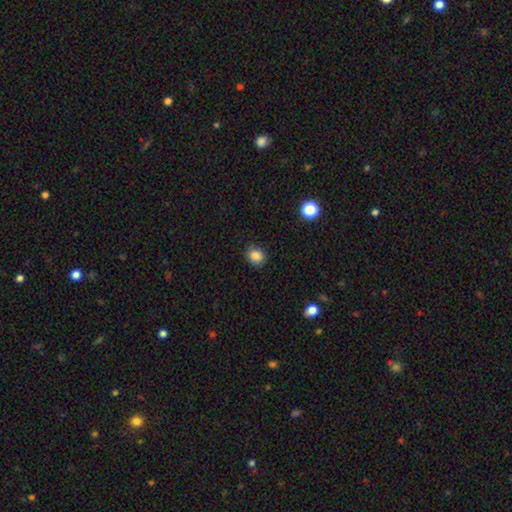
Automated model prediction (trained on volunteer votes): Smooth or featured: smooth — 85% (star or artifact — 11%)
How rounded: round — 73% (in between — 26%)
Merging: none — 86% (minor disturbance — 10%)